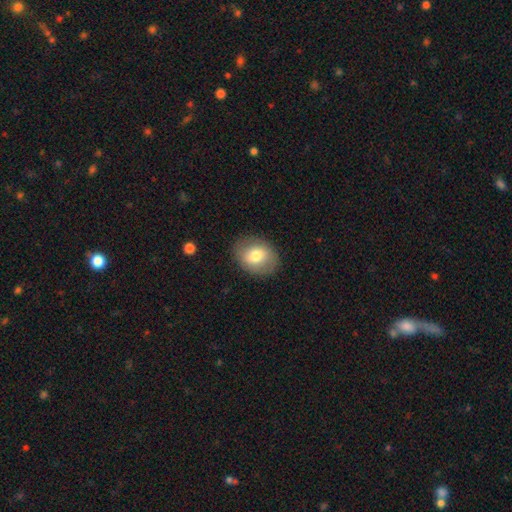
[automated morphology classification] Overall: smooth (73%). How rounded: in between (56%; round 43%). Merging: none (86%).